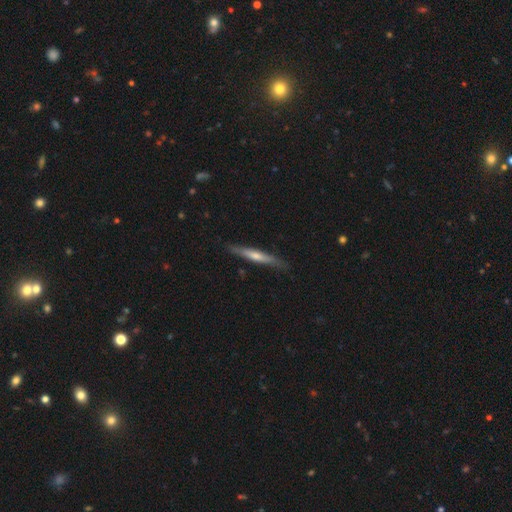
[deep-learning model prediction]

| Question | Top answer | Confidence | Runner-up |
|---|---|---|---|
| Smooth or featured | featured or disk | 62% | smooth (32%) |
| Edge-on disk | yes | 95% | no (5%) |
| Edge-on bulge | rounded | 67% | none (25%) |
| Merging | none | 87% | minor disturbance (10%) |